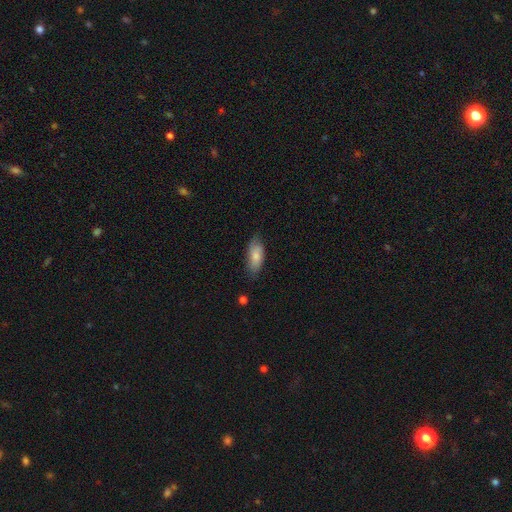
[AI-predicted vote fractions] smooth-or-featured: smooth: 71% | featured or disk: 23% | star or artifact: 6%
  how-rounded: in between: 84% | cigar-shaped: 14% | round: 2%
  merging: none: 71% | minor disturbance: 23% | major disturbance: 5% | merger: 1%